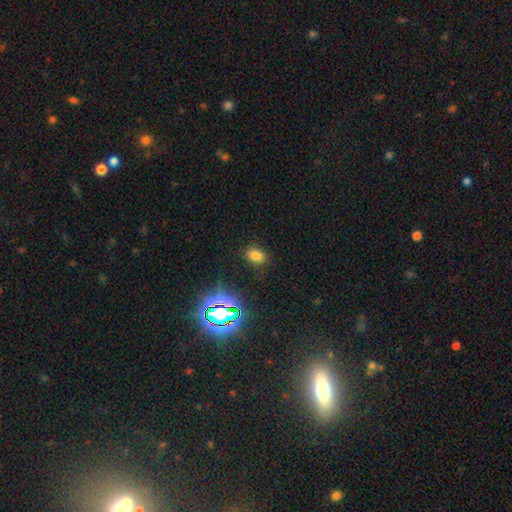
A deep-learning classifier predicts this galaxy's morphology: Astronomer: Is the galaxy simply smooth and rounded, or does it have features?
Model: smooth — 71%.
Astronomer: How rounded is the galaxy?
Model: in between — 78%.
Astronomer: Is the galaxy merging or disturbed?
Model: none — 82%.